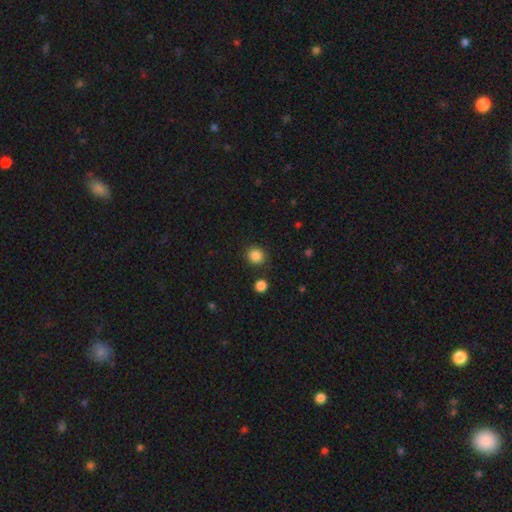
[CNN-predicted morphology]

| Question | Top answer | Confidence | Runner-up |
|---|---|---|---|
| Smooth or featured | smooth | 86% | star or artifact (11%) |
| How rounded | round | 88% | in between (11%) |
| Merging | none | 87% | minor disturbance (7%) |